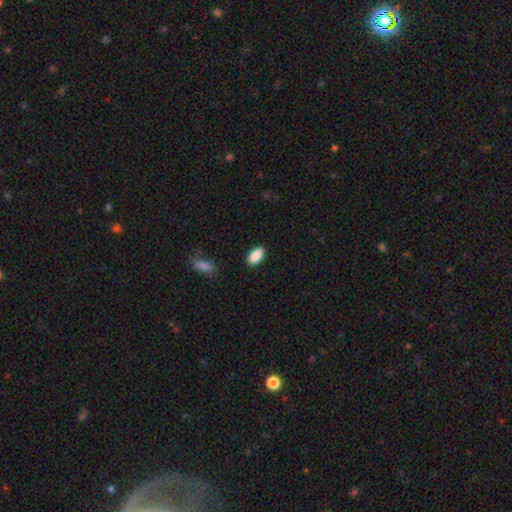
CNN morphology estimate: Smooth or featured: smooth — 90% (star or artifact — 7%)
How rounded: in between — 93% (cigar-shaped — 4%)
Merging: none — 88% (minor disturbance — 9%)